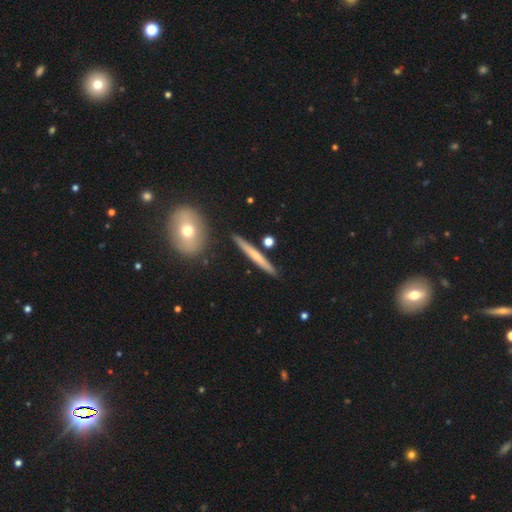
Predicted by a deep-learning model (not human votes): Q: Smooth or featured?
A: smooth (51%); runner-up: featured or disk (44%)
Q: How rounded?
A: cigar-shaped (94%); runner-up: in between (4%)
Q: Merging?
A: none (89%); runner-up: minor disturbance (7%)